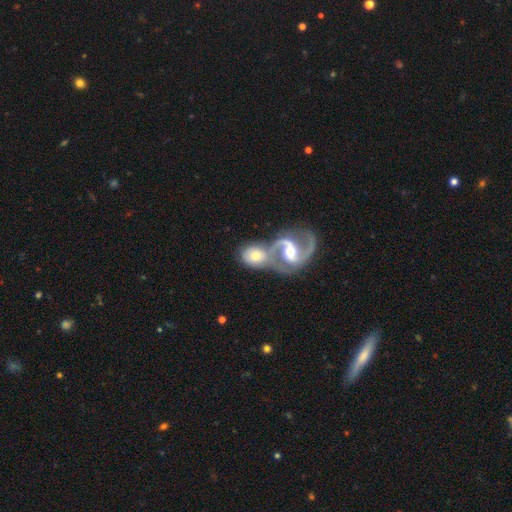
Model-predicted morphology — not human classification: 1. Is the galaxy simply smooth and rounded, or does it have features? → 64% featured or disk, 31% smooth, 6% star or artifact.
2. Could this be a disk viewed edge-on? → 96% no, 4% yes.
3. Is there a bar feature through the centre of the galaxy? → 42% weak, 34% no, 24% strong.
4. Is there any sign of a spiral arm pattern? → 89% yes, 11% no.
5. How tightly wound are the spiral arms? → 51% medium, 35% loose, 14% tight.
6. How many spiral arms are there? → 87% 2, 4% 1, 4% can't tell, 2% 3, 1% 4, 1% more than 4.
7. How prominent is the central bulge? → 63% moderate, 27% small, 7% large, 2% none, 1% dominant.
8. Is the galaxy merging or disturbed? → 58% merger, 28% none, 9% minor disturbance, 5% major disturbance.